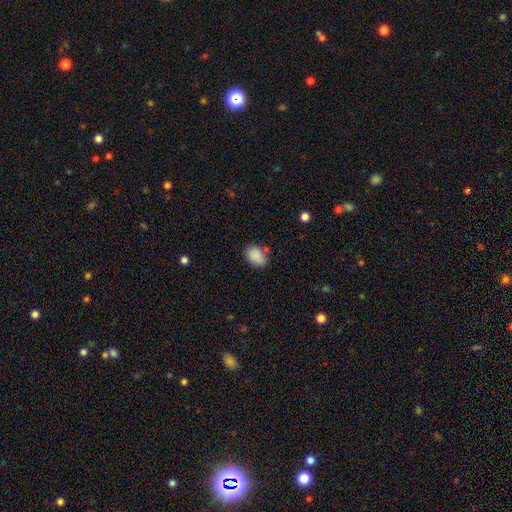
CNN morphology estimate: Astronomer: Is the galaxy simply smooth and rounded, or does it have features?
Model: smooth — 87%.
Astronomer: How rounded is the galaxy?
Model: in between — 72%.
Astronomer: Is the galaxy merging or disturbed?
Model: none — 68%.